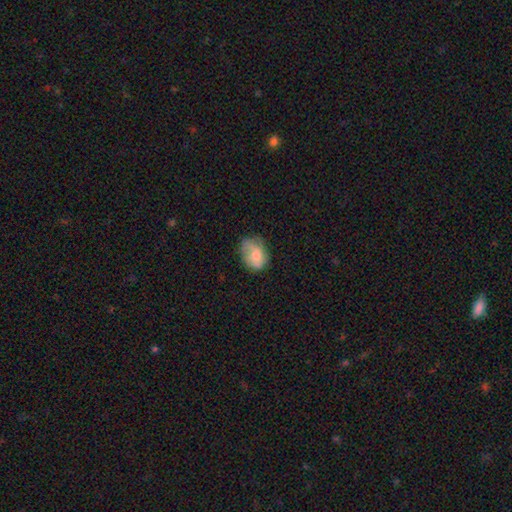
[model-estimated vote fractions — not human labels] Morphology: type=smooth (60%); roundness=in between (64%); merging=none (50%).